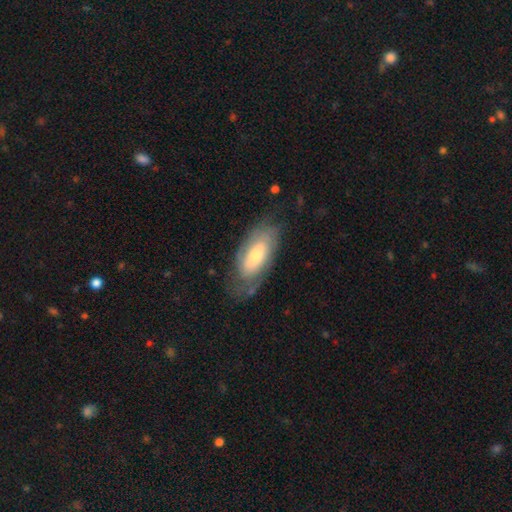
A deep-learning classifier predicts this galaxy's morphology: smooth-or-featured: featured or disk: 54% | smooth: 40% | star or artifact: 6%
  disk-edge-on: no: 86% | yes: 14%
  merging: none: 63% | minor disturbance: 23% | major disturbance: 12% | merger: 2%